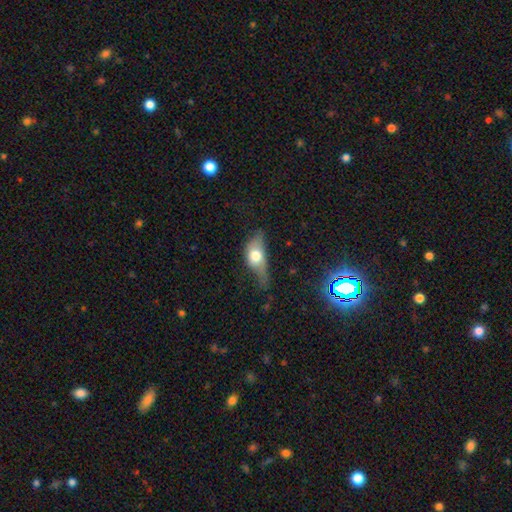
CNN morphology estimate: Overall: smooth (67%). How rounded: in between (78%). Merging: minor disturbance (38%; major disturbance 33%).